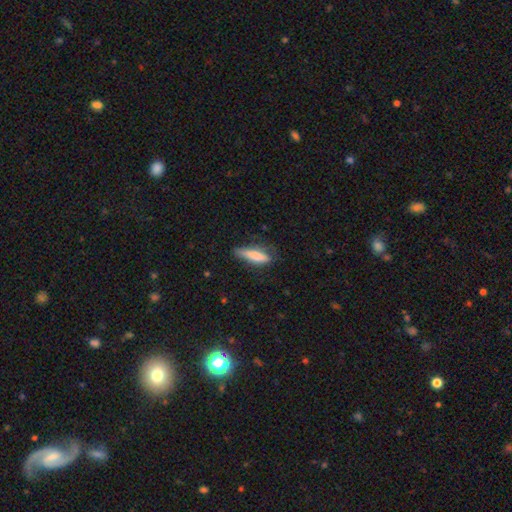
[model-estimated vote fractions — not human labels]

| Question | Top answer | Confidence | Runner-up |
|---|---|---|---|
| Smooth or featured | smooth | 74% | featured or disk (20%) |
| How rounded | cigar-shaped | 68% | in between (30%) |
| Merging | none | 57% | minor disturbance (30%) |